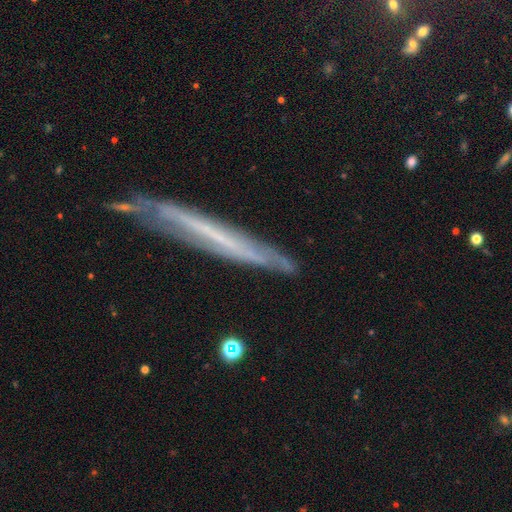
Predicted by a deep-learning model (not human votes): featured or disk 65%, smooth 27%, star or artifact 7%. Down the decision tree: edge-on disk — yes (82%); edge-on bulge — none (84%); merging — none (75%).